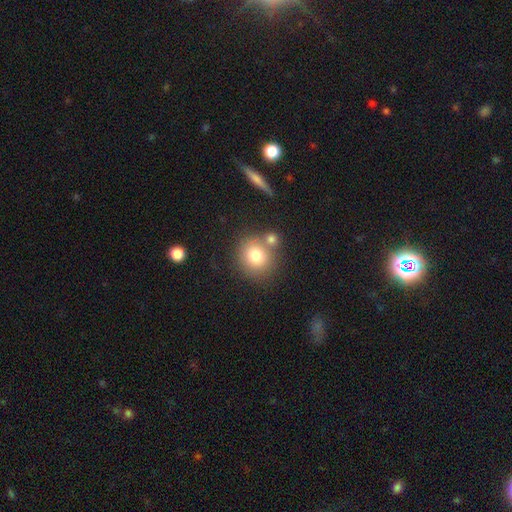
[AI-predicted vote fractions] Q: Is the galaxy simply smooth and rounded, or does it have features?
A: smooth — 77%.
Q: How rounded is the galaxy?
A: round — 82%.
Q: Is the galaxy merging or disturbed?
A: none — 62%.